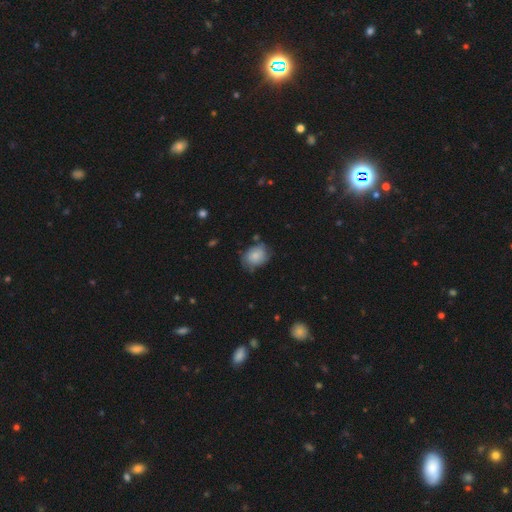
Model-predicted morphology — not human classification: smooth_or_featured: smooth (p=0.73) [alt: featured or disk p=0.19]
how_rounded: in between (p=0.56) [alt: round p=0.43]
merging: none (p=0.62) [alt: minor disturbance p=0.28]